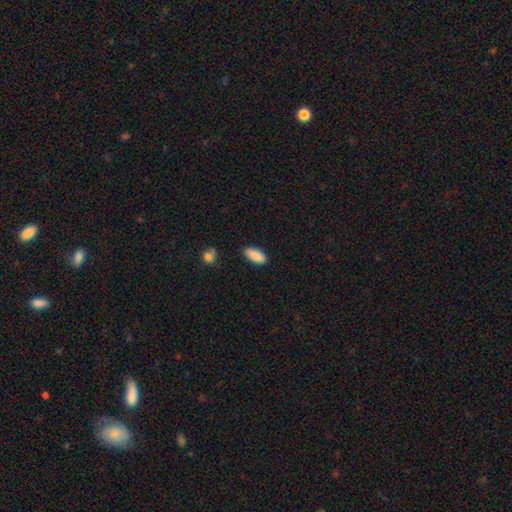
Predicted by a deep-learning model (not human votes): smooth_or_featured: smooth (p=0.89) [alt: star or artifact p=0.07]
how_rounded: in between (p=0.89) [alt: cigar-shaped p=0.09]
merging: none (p=0.82) [alt: minor disturbance p=0.13]